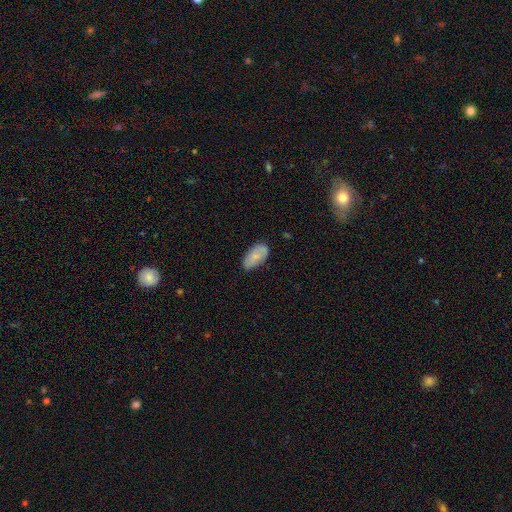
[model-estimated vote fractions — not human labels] Smooth or featured? smooth (72%)
How rounded? in between (94%)
Merging? none (74%)